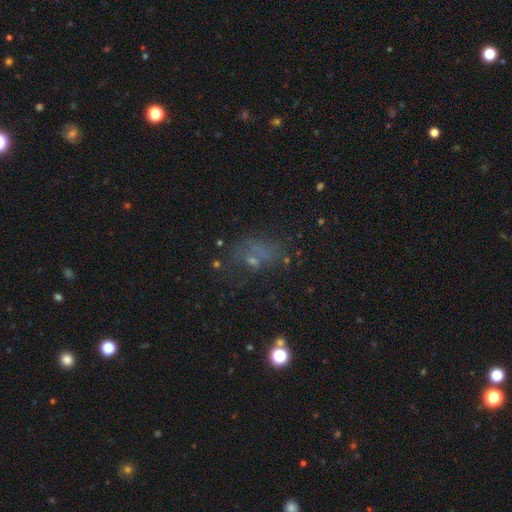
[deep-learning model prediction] A smooth galaxy with no disk features (42%). Merging: none (48%).